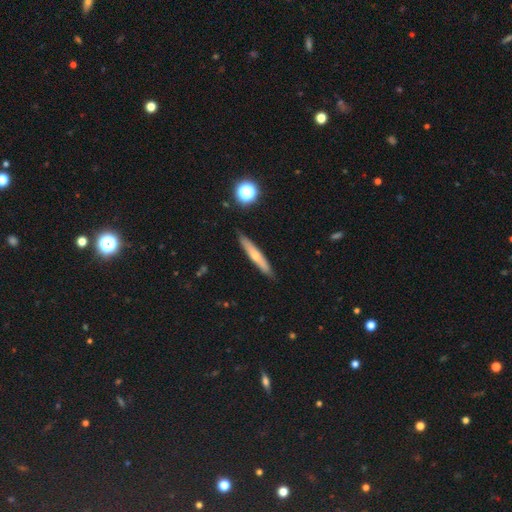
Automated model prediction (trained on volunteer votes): The model was most divided on "smooth or featured": smooth: 51%, featured or disk: 42%, star or artifact: 7%. More confident: how rounded — cigar-shaped (91%); merging — none (87%).